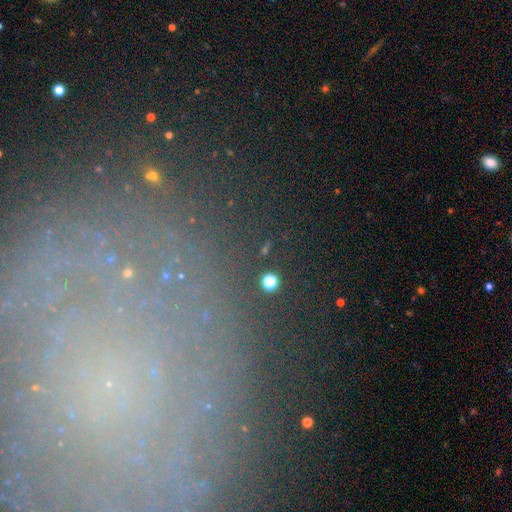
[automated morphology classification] Smooth or featured? star or artifact (42%)